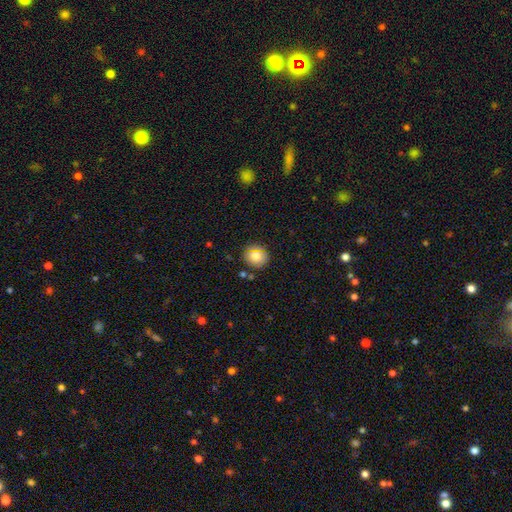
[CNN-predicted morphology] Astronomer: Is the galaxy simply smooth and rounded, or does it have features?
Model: smooth — 79%.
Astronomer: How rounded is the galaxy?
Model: round — 82%.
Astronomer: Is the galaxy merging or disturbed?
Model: none — 81%.